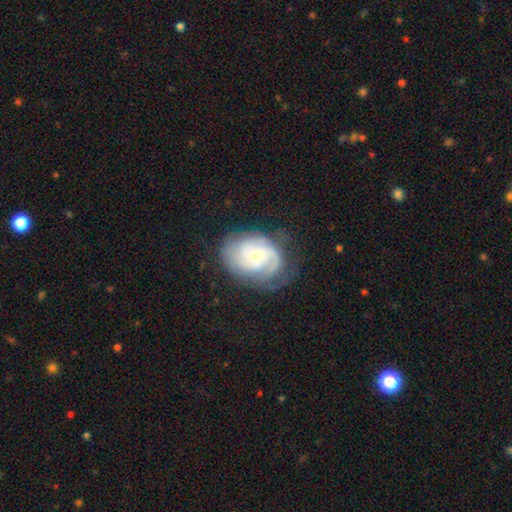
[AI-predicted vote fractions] The model was most divided on "spiral arm count": 2: 34%, can't tell: 31%, 3: 19%, 1: 7%, 4: 5%, more than 4: 4%. More confident: edge-on disk — no (97%); spiral arms — yes (93%); smooth or featured — featured or disk (80%); bar — no (72%); merging — none (62%); bulge size — small (57%); spiral winding — tight (56%).